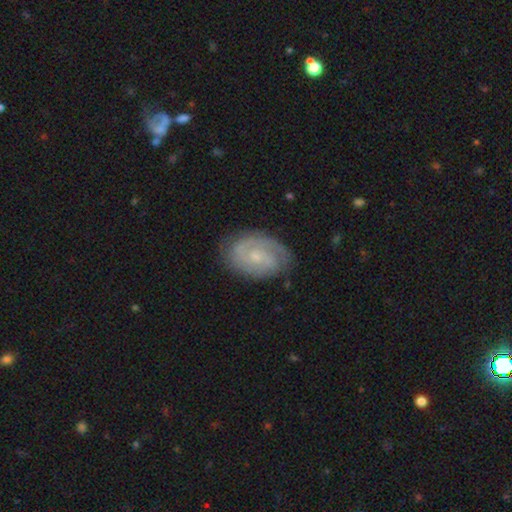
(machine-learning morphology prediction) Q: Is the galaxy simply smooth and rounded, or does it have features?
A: featured or disk — 78%.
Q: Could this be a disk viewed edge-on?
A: no — 97%.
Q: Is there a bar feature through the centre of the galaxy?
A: no — 59%.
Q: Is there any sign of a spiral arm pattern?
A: yes — 94%.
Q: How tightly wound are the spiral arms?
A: tight — 58%.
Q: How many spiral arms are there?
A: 2 — 59%.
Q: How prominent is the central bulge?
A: small — 66%.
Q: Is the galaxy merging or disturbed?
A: none — 76%.